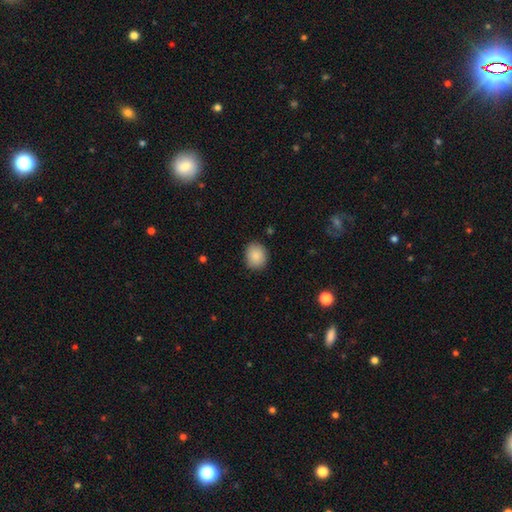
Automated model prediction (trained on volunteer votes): A smooth galaxy with no disk features (88%) that is round (68%).

Vote fractions:
- Smooth or featured? smooth: 88% / star or artifact: 8% / featured or disk: 4%
- How rounded? round: 68% / in between: 31% / cigar-shaped: 1%
- Merging? none: 87% / minor disturbance: 9% / major disturbance: 2% / merger: 1%